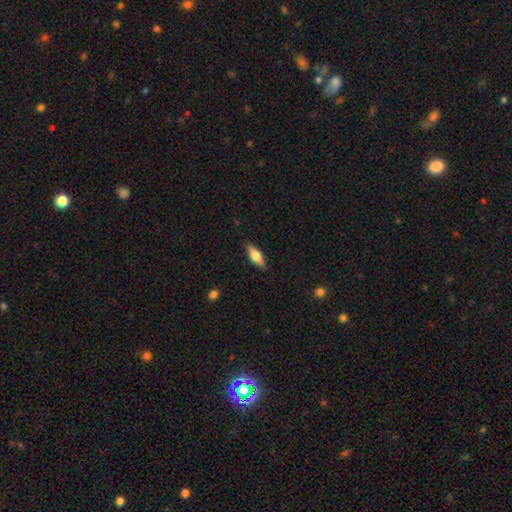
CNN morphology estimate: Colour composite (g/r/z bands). It shows a smooth galaxy with no disk features (61%) that is in between round and cigar-shaped (59%). Merging: none (87%).